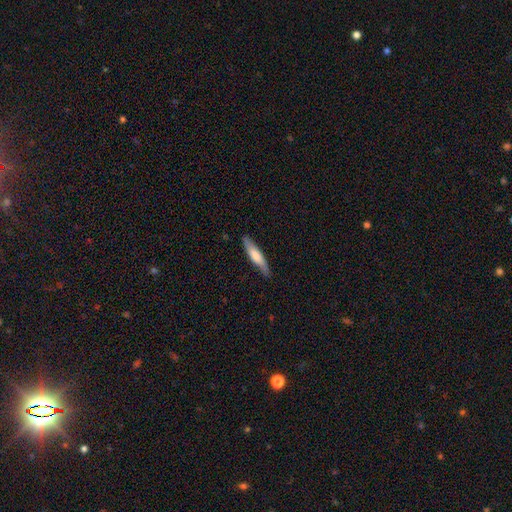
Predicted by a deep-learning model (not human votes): A smooth galaxy with no disk features (62%) that is cigar-shaped (86%). Merging: none (84%).